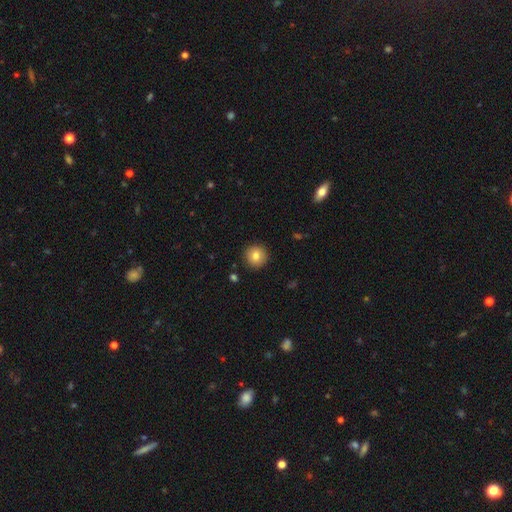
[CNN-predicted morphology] Smooth or featured?
  - smooth: 82% *
  - star or artifact: 9%
  - featured or disk: 9%
How rounded?
  - round: 95% *
  - in between: 4%
  - cigar-shaped: 1%
Merging?
  - none: 92% *
  - minor disturbance: 5%
  - major disturbance: 2%
  - merger: 1%